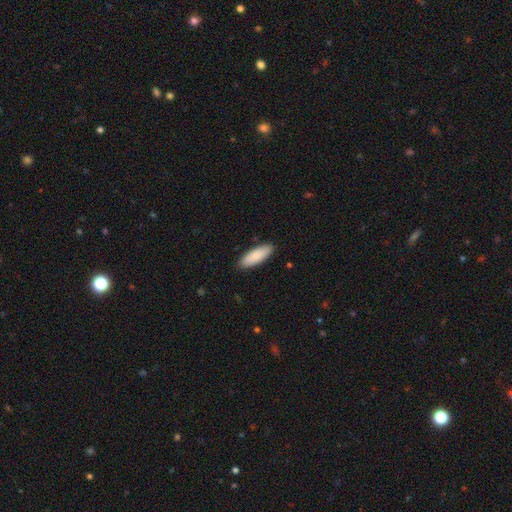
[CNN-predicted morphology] Q: Smooth or featured?
A: smooth (88%); runner-up: featured or disk (7%)
Q: How rounded?
A: in between (63%); runner-up: cigar-shaped (36%)
Q: Merging?
A: none (89%); runner-up: minor disturbance (8%)